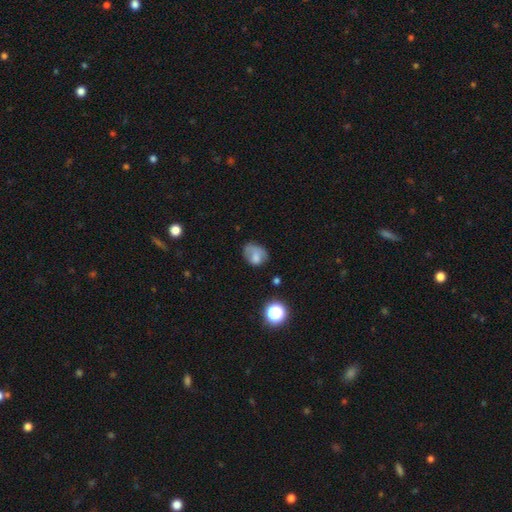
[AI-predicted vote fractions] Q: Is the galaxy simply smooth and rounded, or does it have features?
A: smooth — 68%.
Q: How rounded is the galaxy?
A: in between — 55%.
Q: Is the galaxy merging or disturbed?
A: none — 43%.